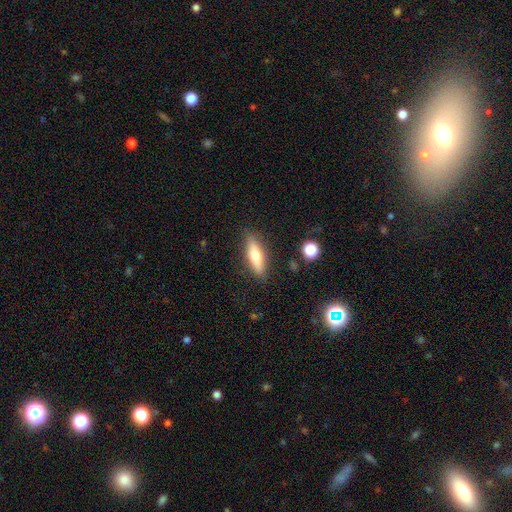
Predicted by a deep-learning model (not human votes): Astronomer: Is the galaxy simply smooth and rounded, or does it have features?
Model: smooth — 57% (runner-up: featured or disk, 36%).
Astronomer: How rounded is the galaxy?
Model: cigar-shaped — 59% (runner-up: in between, 38%).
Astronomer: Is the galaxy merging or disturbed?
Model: none — 86%.